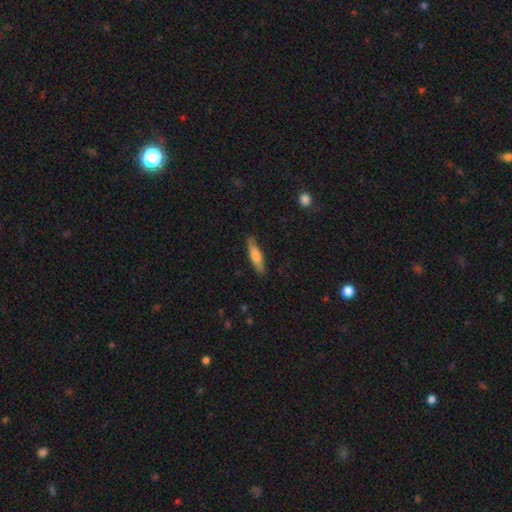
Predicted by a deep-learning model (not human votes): Smooth or featured? smooth (70%)
How rounded? cigar-shaped (73%)
Merging? none (85%)